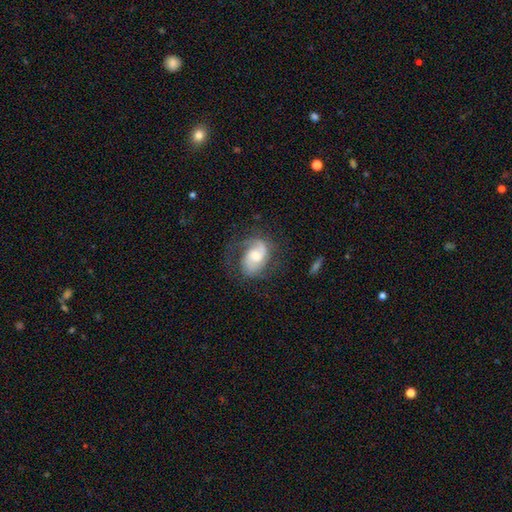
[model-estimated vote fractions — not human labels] smooth-or-featured: featured or disk: 74% | smooth: 19% | star or artifact: 6%
  disk-edge-on: no: 97% | yes: 3%
    bar: no: 52% | weak: 40% | strong: 8%
    has-spiral-arms: yes: 94% | no: 6%
      spiral-winding: medium: 47% | loose: 28% | tight: 25%
      spiral-arm-count: 2: 73% | 1: 14% | can't tell: 9% | 3: 3% | 4: 1% | more than 4: 1%
    bulge-size: moderate: 53% | small: 29% | large: 12% | none: 4% | dominant: 2%
  merging: none: 58% | minor disturbance: 22% | major disturbance: 18% | merger: 2%